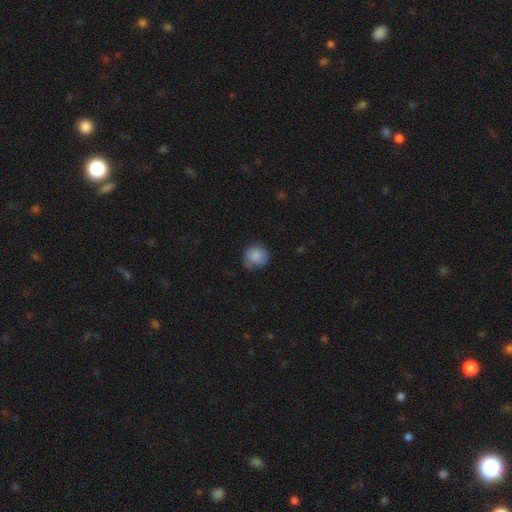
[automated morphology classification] A smooth galaxy with no disk features (83%) that is round (85%).

Vote fractions:
- Smooth or featured? smooth: 83% / featured or disk: 9% / star or artifact: 8%
- How rounded? round: 85% / in between: 14% / cigar-shaped: 1%
- Merging? none: 64% / minor disturbance: 28% / major disturbance: 6% / merger: 2%